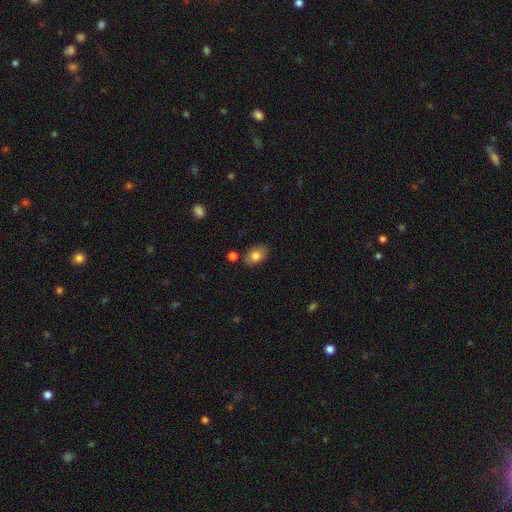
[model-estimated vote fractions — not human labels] A smooth galaxy with no disk features (79%) that is in between round and cigar-shaped (84%).

Vote fractions:
- Smooth or featured? smooth: 79% / featured or disk: 13% / star or artifact: 8%
- How rounded? in between: 84% / round: 15% / cigar-shaped: 1%
- Merging? none: 80% / minor disturbance: 13% / merger: 5% / major disturbance: 3%